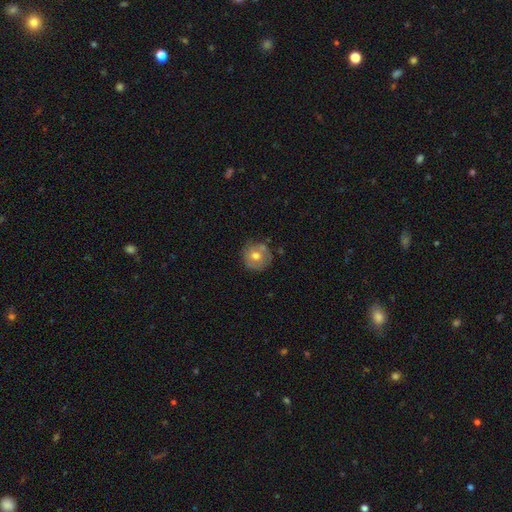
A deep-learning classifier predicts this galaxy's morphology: Smooth or featured? Predicted: smooth (p=0.61). How rounded? Predicted: round (p=0.92). Merging? Predicted: none (p=0.73).